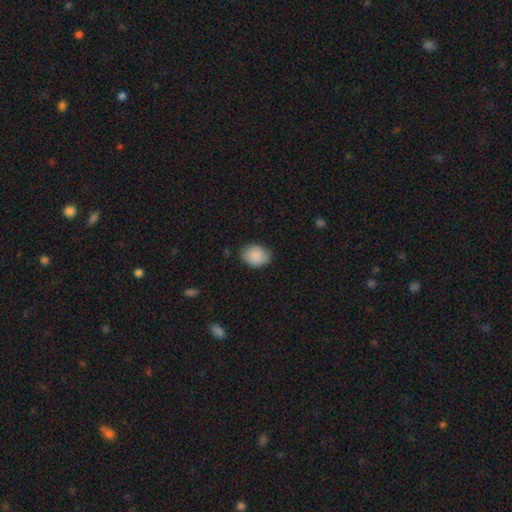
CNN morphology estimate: Smooth or featured? Predicted: smooth (p=0.88). How rounded? Predicted: in between (p=0.59). Merging? Predicted: none (p=0.73).